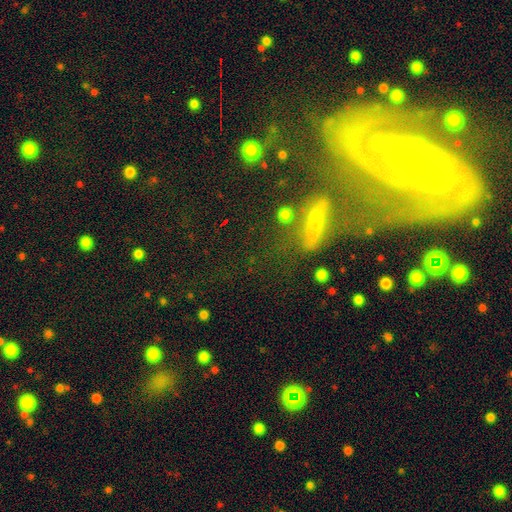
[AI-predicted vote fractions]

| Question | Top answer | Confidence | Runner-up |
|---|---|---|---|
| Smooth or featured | featured or disk | 64% | smooth (18%) |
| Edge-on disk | no | 84% | yes (16%) |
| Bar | no | 38% | weak (33%) |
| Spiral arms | yes | 87% | no (13%) |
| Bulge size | small | 66% | moderate (23%) |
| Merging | none | 53% | minor disturbance (17%) |